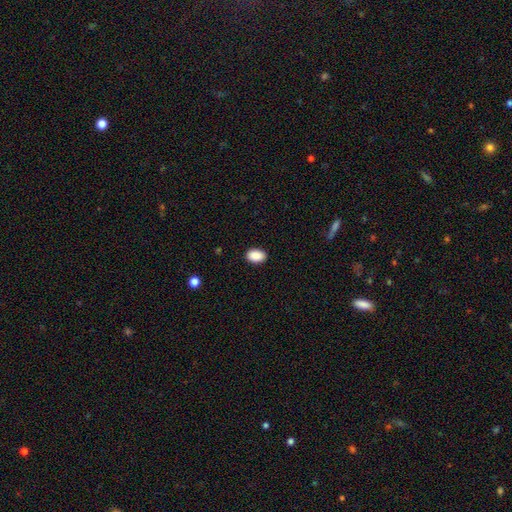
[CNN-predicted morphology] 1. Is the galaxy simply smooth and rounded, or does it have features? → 90% smooth, 7% star or artifact, 2% featured or disk.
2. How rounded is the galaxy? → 89% in between, 10% round, 1% cigar-shaped.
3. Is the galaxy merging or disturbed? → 89% none, 8% minor disturbance, 2% major disturbance, 1% merger.